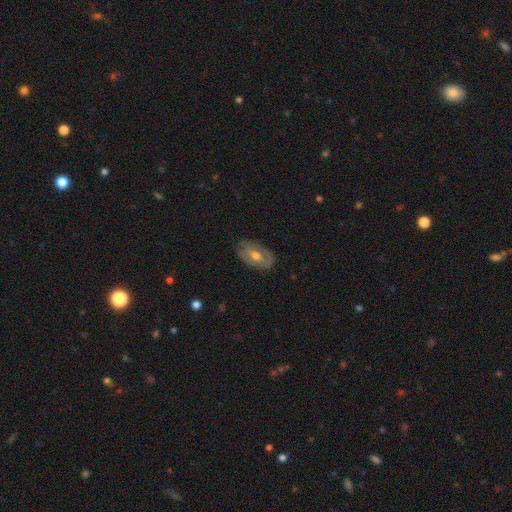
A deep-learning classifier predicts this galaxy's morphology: This appears to be a featured or disk galaxy (60%) with no bar (52%), spiral arms (53%) and a moderate central bulge (73%). Merging: none (78%).